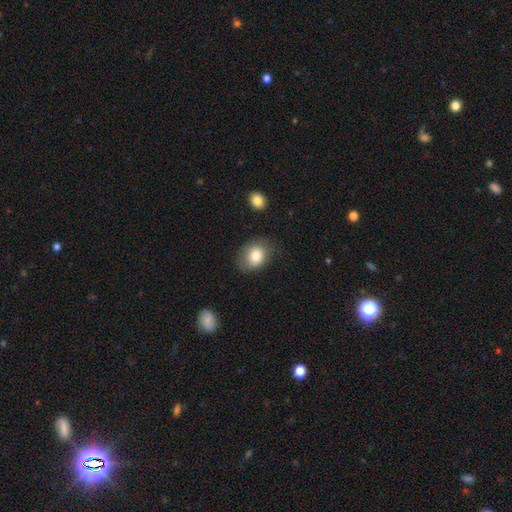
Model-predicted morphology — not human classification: A smooth galaxy with no disk features (83%) that is in between round and cigar-shaped (59%).

Vote fractions:
- Smooth or featured? smooth: 83% / star or artifact: 8% / featured or disk: 8%
- How rounded? in between: 59% / round: 40% / cigar-shaped: 1%
- Merging? none: 70% / minor disturbance: 21% / major disturbance: 6% / merger: 2%